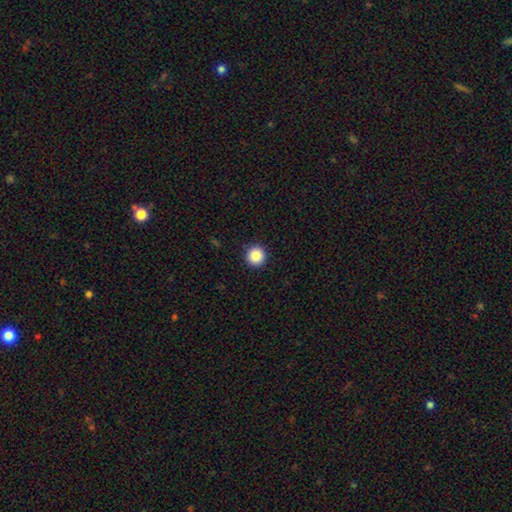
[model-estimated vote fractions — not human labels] This appears to be a smooth galaxy with no disk features (86%) that is round (94%). Merging: none (93%).